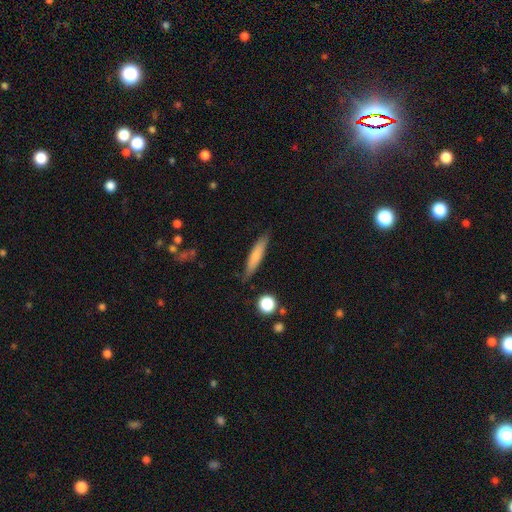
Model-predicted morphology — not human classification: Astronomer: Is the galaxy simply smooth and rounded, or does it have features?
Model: smooth — 71%.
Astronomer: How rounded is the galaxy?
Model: cigar-shaped — 84%.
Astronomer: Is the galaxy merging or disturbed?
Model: none — 83%.